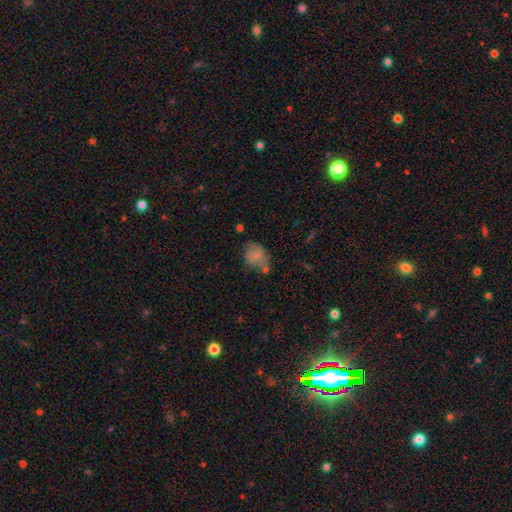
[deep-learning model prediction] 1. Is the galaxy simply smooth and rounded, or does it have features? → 67% smooth, 22% featured or disk, 11% star or artifact.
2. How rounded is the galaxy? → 51% in between, 48% round, 1% cigar-shaped.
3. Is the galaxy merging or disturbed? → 48% none, 27% minor disturbance, 13% merger, 12% major disturbance.